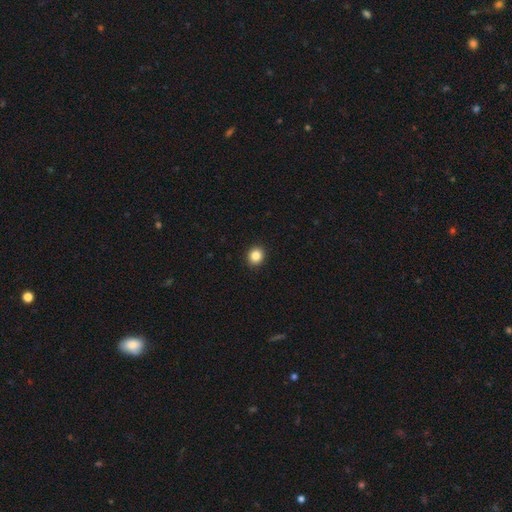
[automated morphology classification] type=smooth (85%); roundness=round (80%); merging=none (93%).